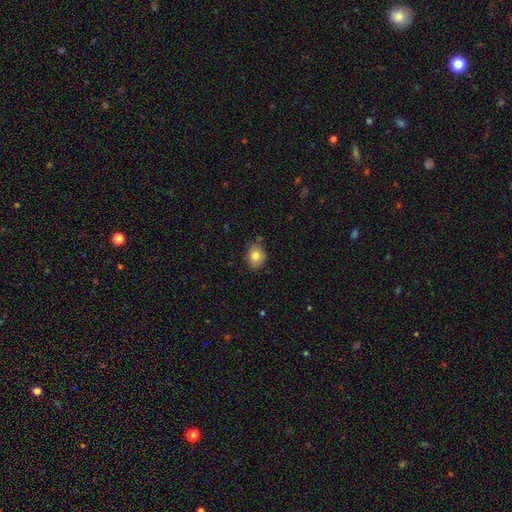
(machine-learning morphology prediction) A smooth galaxy with no disk features (80%) that is round (56%). Merging: none (79%).